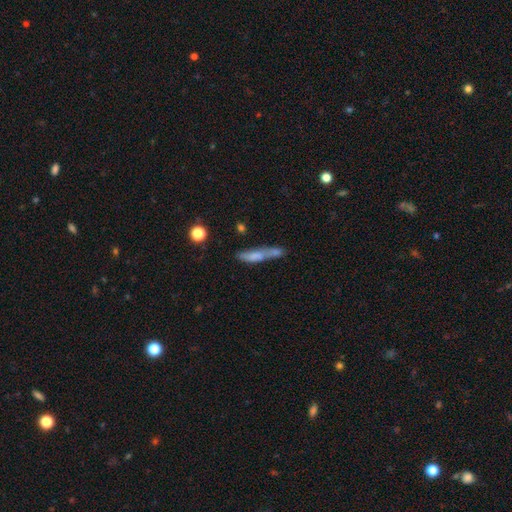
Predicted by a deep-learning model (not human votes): This is likely a smooth galaxy (65%). How rounded: likely cigar-shaped (80%). Merging: marginally none (40%).